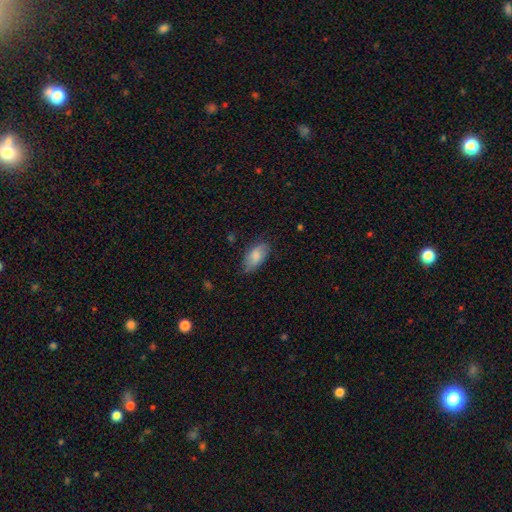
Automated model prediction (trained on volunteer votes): smooth_or_featured: smooth (p=0.77) [alt: featured or disk p=0.17]
how_rounded: in between (p=0.92) [alt: cigar-shaped p=0.05]
merging: none (p=0.72) [alt: minor disturbance p=0.23]